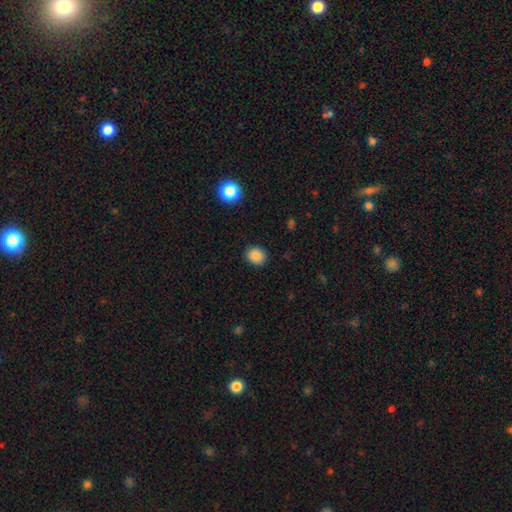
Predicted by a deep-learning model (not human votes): smooth_or_featured: smooth (p=0.87) [alt: star or artifact p=0.10]
how_rounded: round (p=0.75) [alt: in between p=0.24]
merging: none (p=0.90) [alt: minor disturbance p=0.07]